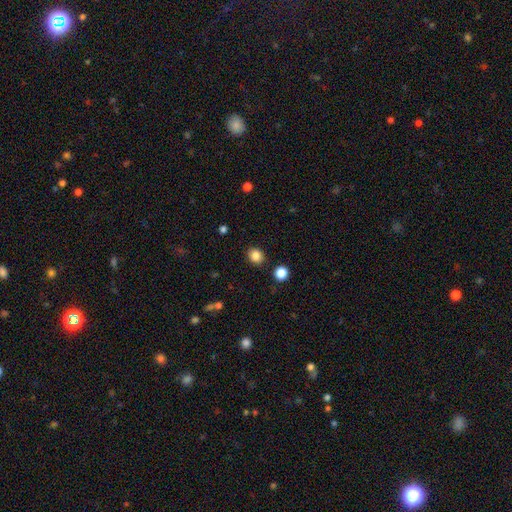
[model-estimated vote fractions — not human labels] Morphology: type=smooth (85%); roundness=round (69%); merging=none (88%).